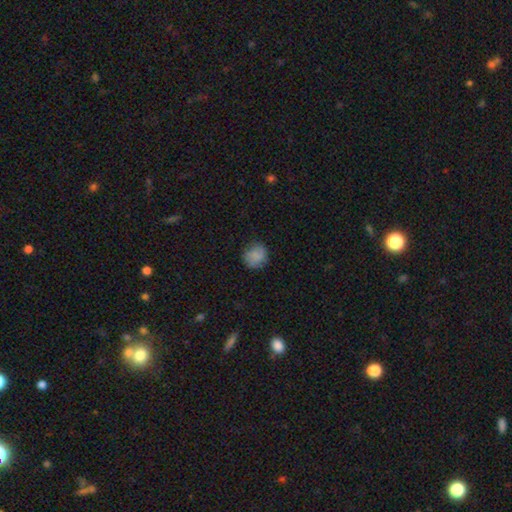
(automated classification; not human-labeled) Morphology: type=smooth (79%); roundness=round (85%); merging=none (77%).